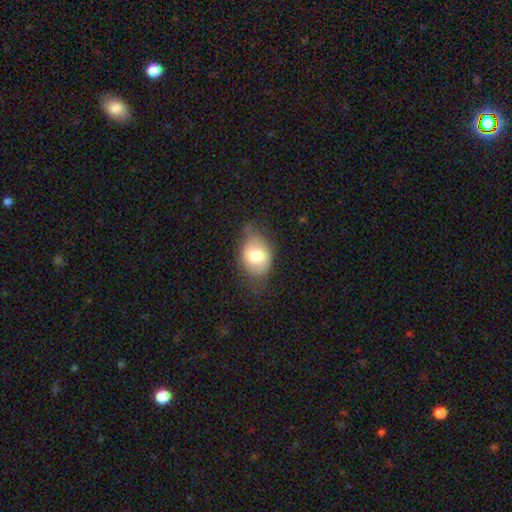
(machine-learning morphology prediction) Q: Smooth or featured?
A: smooth (68%); runner-up: featured or disk (25%)
Q: How rounded?
A: in between (69%); runner-up: round (30%)
Q: Merging?
A: none (57%); runner-up: minor disturbance (31%)